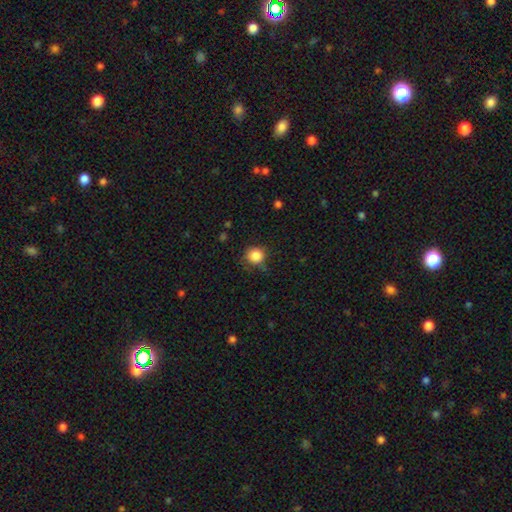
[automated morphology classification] Smooth or featured?
  - smooth: 85% *
  - star or artifact: 11%
  - featured or disk: 5%
How rounded?
  - round: 90% *
  - in between: 9%
  - cigar-shaped: 1%
Merging?
  - none: 71% *
  - minor disturbance: 21%
  - major disturbance: 6%
  - merger: 2%